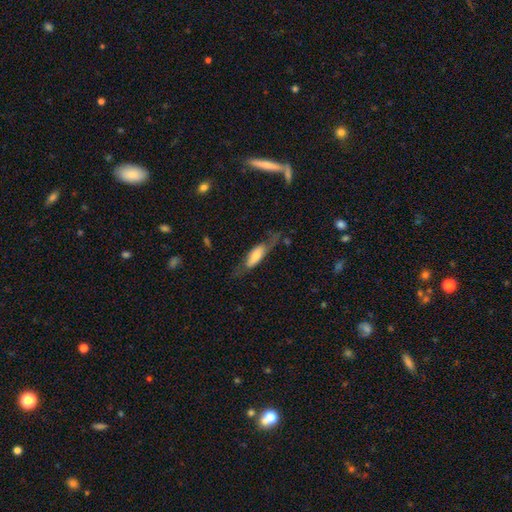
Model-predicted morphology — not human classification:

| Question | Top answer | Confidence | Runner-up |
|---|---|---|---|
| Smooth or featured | smooth | 52% | featured or disk (42%) |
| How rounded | in between | 60% | cigar-shaped (38%) |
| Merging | none | 47% | minor disturbance (27%) |